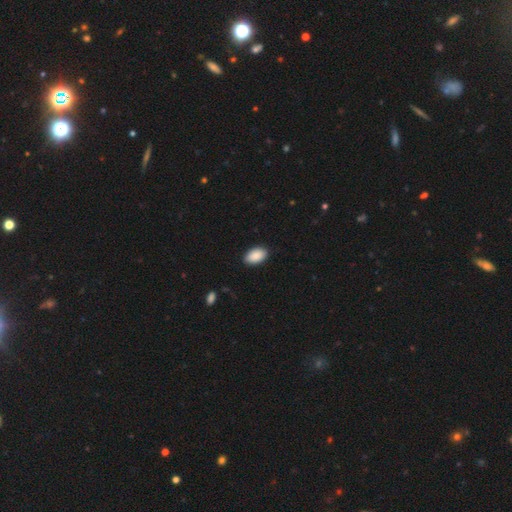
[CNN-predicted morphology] Smooth or featured?
  - smooth: 91% *
  - star or artifact: 6%
  - featured or disk: 3%
How rounded?
  - in between: 94% *
  - round: 5%
  - cigar-shaped: 1%
Merging?
  - none: 89% *
  - minor disturbance: 8%
  - major disturbance: 2%
  - merger: 1%